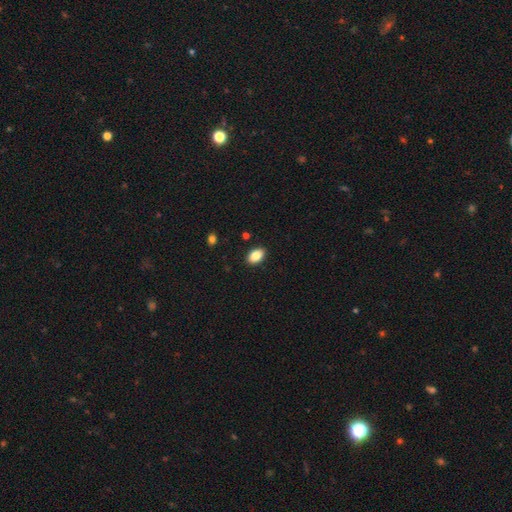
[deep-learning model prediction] smooth 86%, star or artifact 8%, featured or disk 7%. Down the decision tree: how rounded — in between (90%); merging — none (90%).